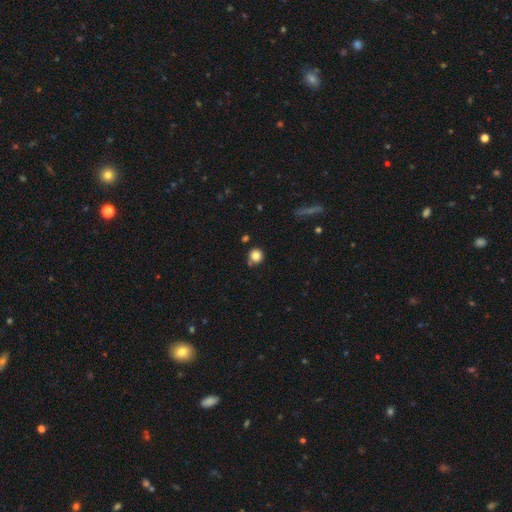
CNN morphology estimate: The model was most divided on "merging": none: 75%, minor disturbance: 13%, merger: 8%, major disturbance: 3%. More confident: how rounded — round (92%); smooth or featured — smooth (82%).